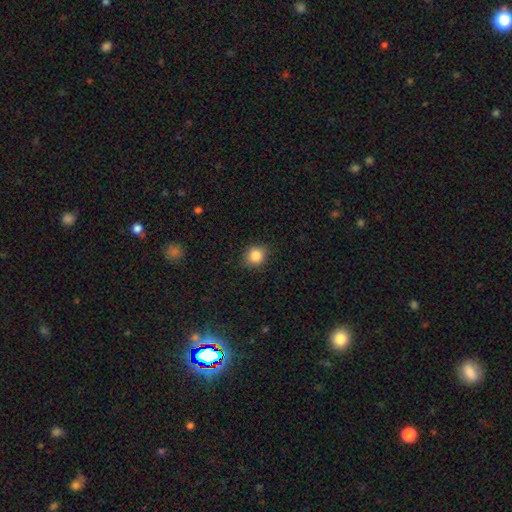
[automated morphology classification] Q: Smooth or featured?
A: smooth (85%); runner-up: star or artifact (10%)
Q: How rounded?
A: round (79%); runner-up: in between (20%)
Q: Merging?
A: none (83%); runner-up: minor disturbance (13%)